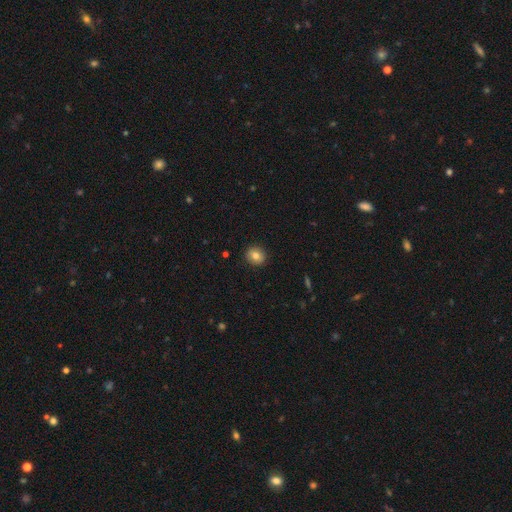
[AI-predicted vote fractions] smooth-or-featured: smooth: 81% | featured or disk: 10% | star or artifact: 10%
  how-rounded: round: 80% | in between: 19% | cigar-shaped: 1%
  merging: none: 91% | minor disturbance: 6% | major disturbance: 2% | merger: 1%